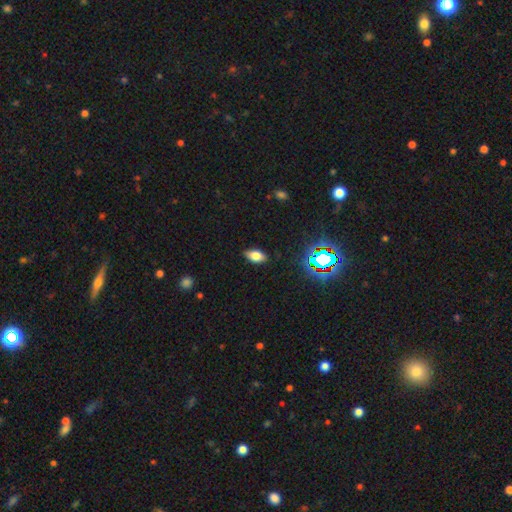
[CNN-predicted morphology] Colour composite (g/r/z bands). It shows a smooth galaxy with no disk features (74%) that is in between round and cigar-shaped (90%). Merging: none (85%).